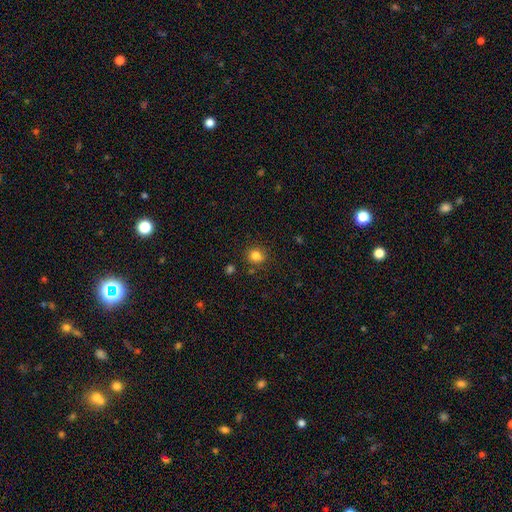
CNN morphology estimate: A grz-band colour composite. It shows a smooth galaxy with no disk features (82%) that is round (80%). Merging: none (84%).